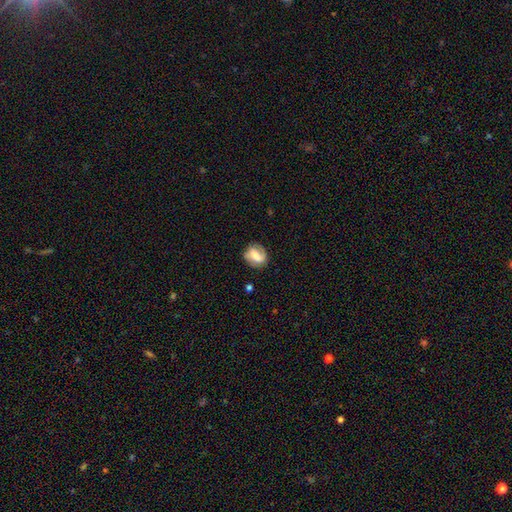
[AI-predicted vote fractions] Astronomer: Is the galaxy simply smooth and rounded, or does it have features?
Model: featured or disk — 51% (runner-up: smooth, 41%).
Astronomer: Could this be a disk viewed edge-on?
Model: no — 96%.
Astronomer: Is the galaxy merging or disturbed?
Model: none — 76%.